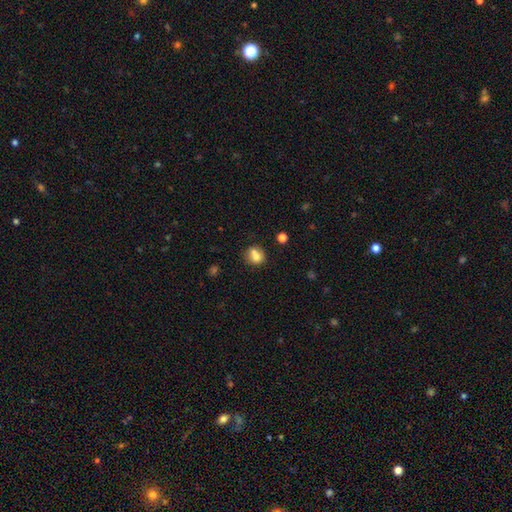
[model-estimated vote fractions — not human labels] Overall: smooth (73%). How rounded: round (66%; in between 32%). Merging: none (44%; merger 39%).